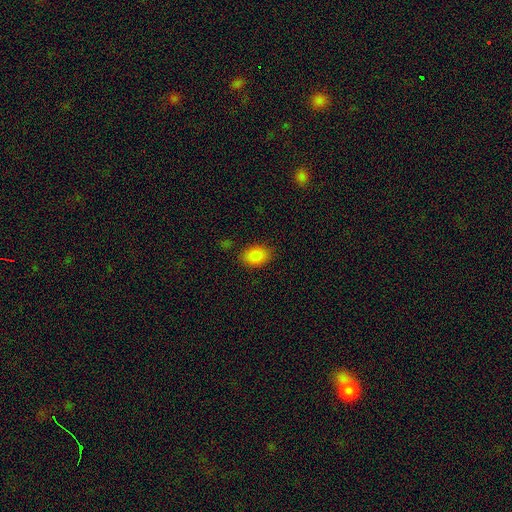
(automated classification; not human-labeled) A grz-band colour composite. It shows a smooth galaxy with no disk features (87%) that is in between round and cigar-shaped (82%). Merging: none (83%).